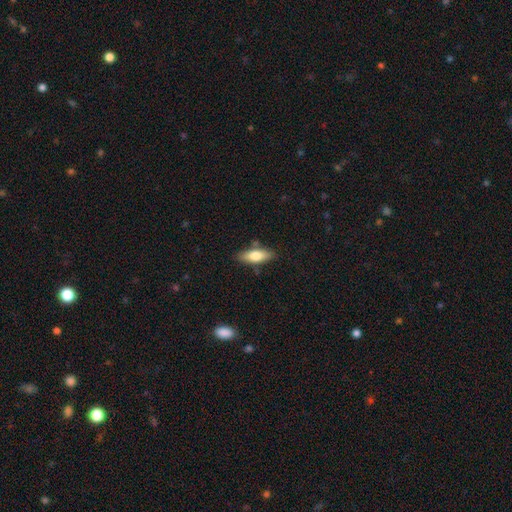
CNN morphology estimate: Smooth or featured: smooth — 72% (featured or disk — 22%)
How rounded: in between — 63% (cigar-shaped — 35%)
Merging: none — 80% (minor disturbance — 13%)